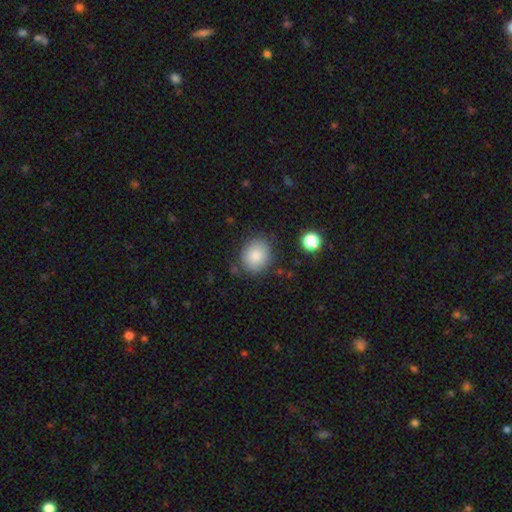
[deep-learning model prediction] smooth 85%, star or artifact 9%, featured or disk 7%. Down the decision tree: how rounded — round (65%); merging — none (79%).